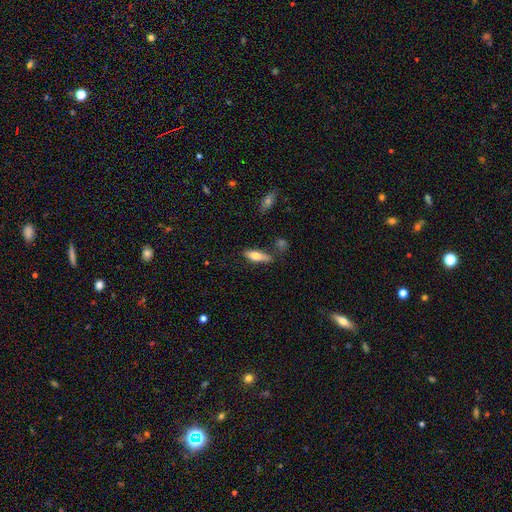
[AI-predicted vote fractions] This appears to be a smooth galaxy with no disk features (63%) that is in between round and cigar-shaped (50%). Merging: none (70%).